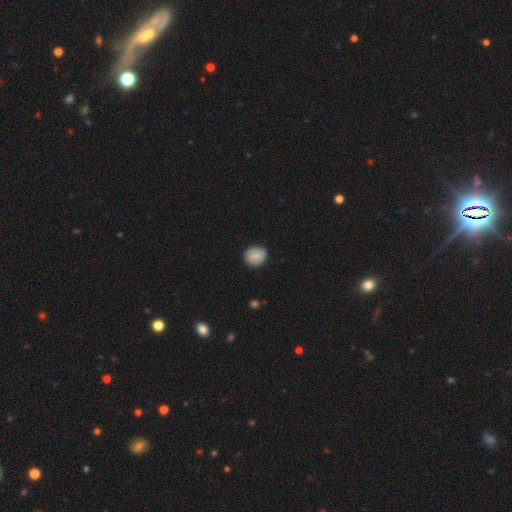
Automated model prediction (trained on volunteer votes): Smooth or featured? smooth (84%)
How rounded? round (75%)
Merging? none (87%)